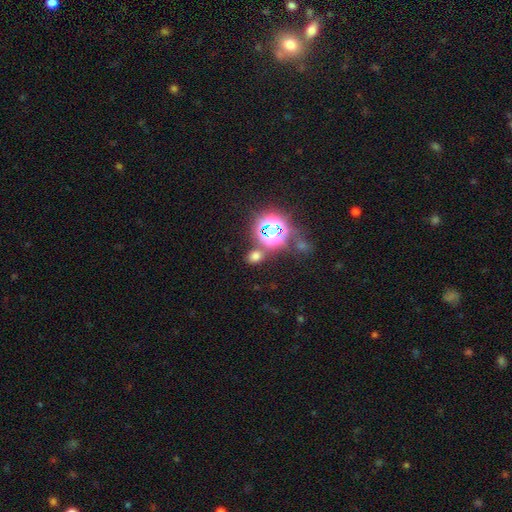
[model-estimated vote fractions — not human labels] smooth-or-featured: smooth: 55% | star or artifact: 38% | featured or disk: 7%
  how-rounded: in between: 51% | round: 47% | cigar-shaped: 2%
  merging: none: 79% | minor disturbance: 9% | merger: 8% | major disturbance: 4%